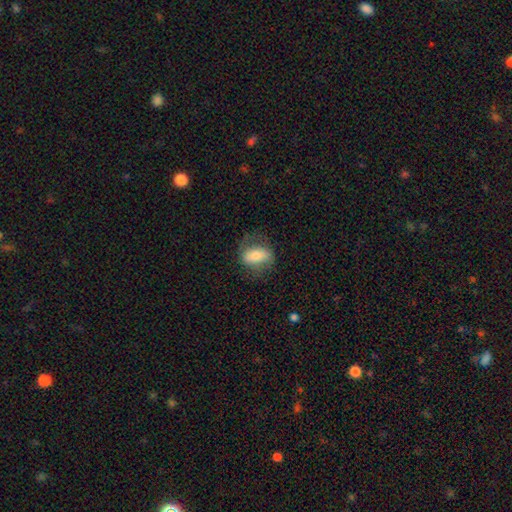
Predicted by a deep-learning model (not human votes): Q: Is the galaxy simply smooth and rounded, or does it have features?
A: smooth — 57%.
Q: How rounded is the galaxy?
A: in between — 80%.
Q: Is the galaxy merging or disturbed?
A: none — 67%.